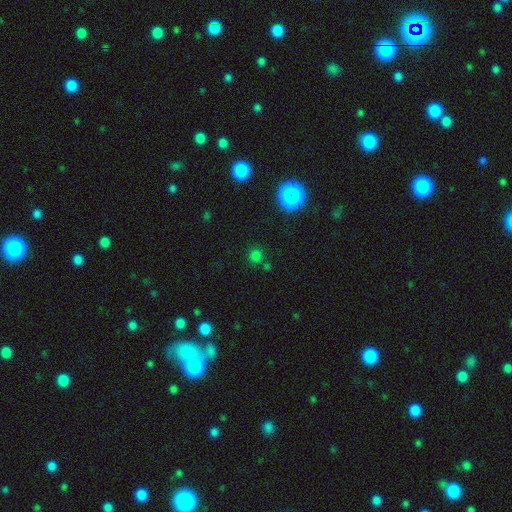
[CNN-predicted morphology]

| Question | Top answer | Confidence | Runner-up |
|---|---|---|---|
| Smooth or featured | smooth | 66% | star or artifact (29%) |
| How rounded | round | 90% | in between (9%) |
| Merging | none | 80% | minor disturbance (9%) |